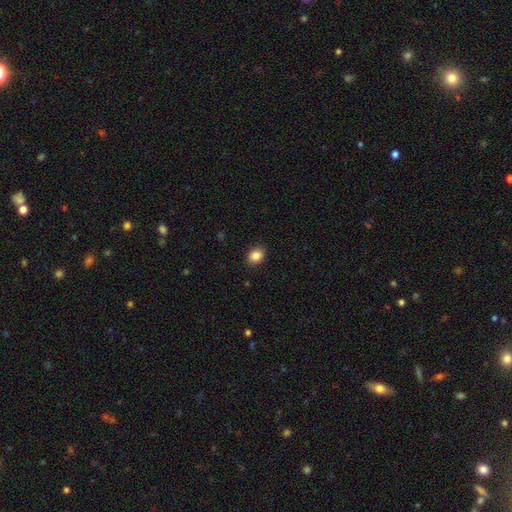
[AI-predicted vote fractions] smooth-or-featured: smooth: 86% | star or artifact: 9% | featured or disk: 5%
  how-rounded: in between: 61% | round: 38% | cigar-shaped: 1%
  merging: none: 89% | minor disturbance: 8% | major disturbance: 2% | merger: 1%